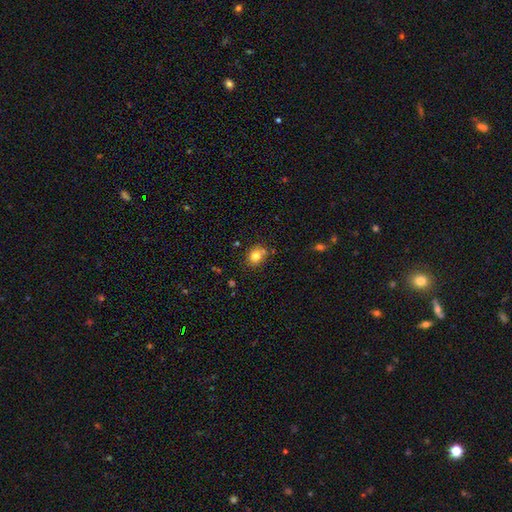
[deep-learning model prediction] Smooth or featured?
  - smooth: 80% *
  - star or artifact: 11%
  - featured or disk: 8%
How rounded?
  - round: 66% *
  - in between: 33%
  - cigar-shaped: 1%
Merging?
  - none: 72% *
  - minor disturbance: 15%
  - merger: 10%
  - major disturbance: 3%